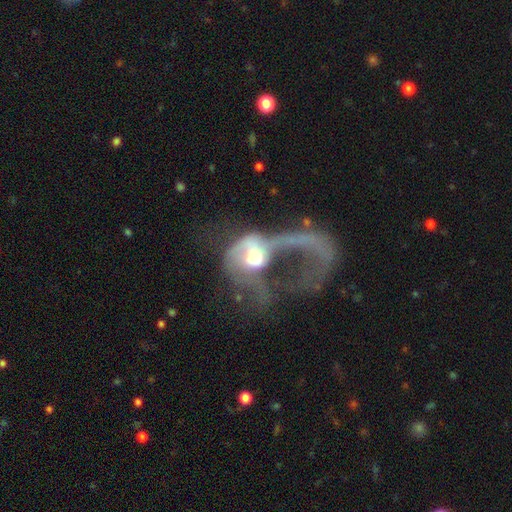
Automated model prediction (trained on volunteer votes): The model was most divided on "spiral arms": no: 59%, yes: 41%. More confident: edge-on disk — no (94%); bar — no (74%); merging — major disturbance (65%); smooth or featured — featured or disk (58%); bulge size — moderate (53%).